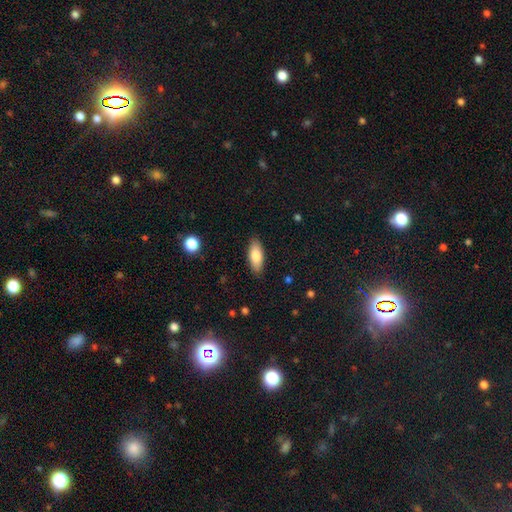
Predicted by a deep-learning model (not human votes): Smooth or featured?
  - smooth: 80% *
  - featured or disk: 13%
  - star or artifact: 6%
How rounded?
  - in between: 80% *
  - cigar-shaped: 17%
  - round: 2%
Merging?
  - none: 87% *
  - minor disturbance: 9%
  - major disturbance: 2%
  - merger: 1%